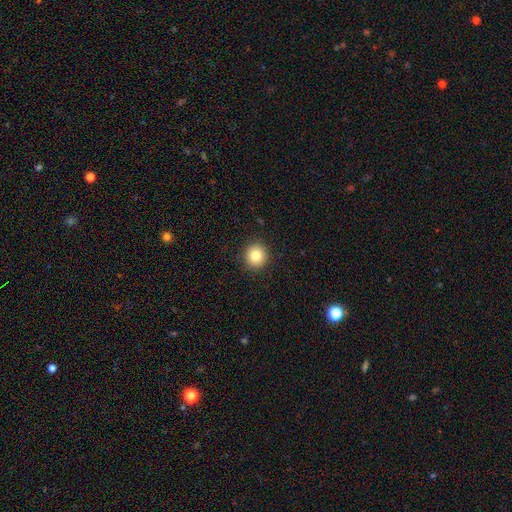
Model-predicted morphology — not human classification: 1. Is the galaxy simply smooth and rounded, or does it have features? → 82% smooth, 10% star or artifact, 7% featured or disk.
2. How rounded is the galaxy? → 93% round, 6% in between, 1% cigar-shaped.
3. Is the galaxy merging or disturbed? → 92% none, 5% minor disturbance, 2% major disturbance, 1% merger.